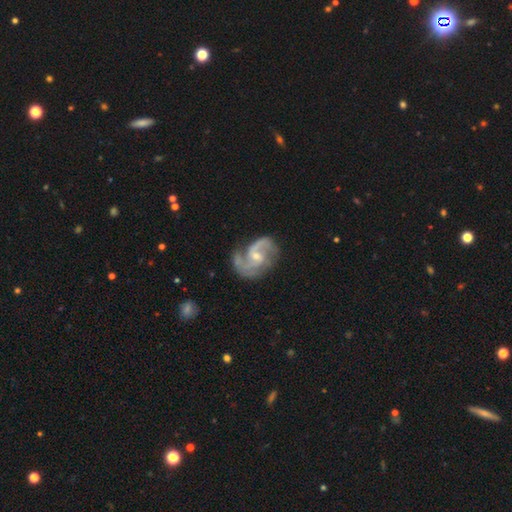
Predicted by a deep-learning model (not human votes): A featured or disk galaxy (90%) with a weak bar (48%), 2 (85%) medium (55%) spiral arms (97%) and a small central bulge (60%). Merging: none (61%).